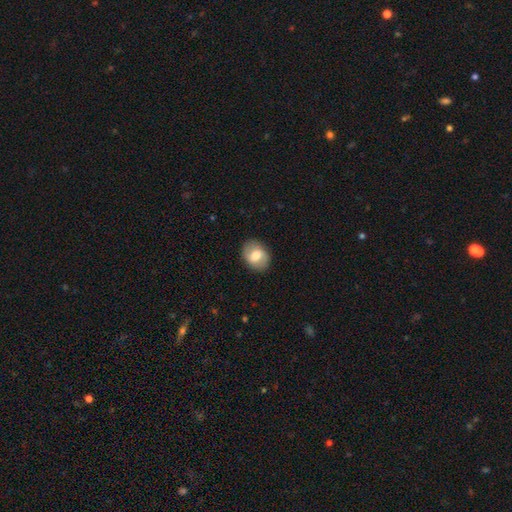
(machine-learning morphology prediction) type=smooth (61%); roundness=in between (61%); merging=none (86%).